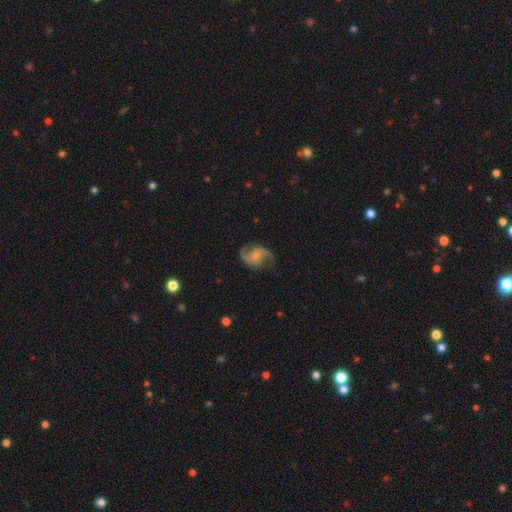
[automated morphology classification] This appears to be a featured or disk galaxy (86%) with no bar (58%), 2 (92%) loose (47%) spiral arms (97%) and a small central bulge (58%). Merging: none (77%).